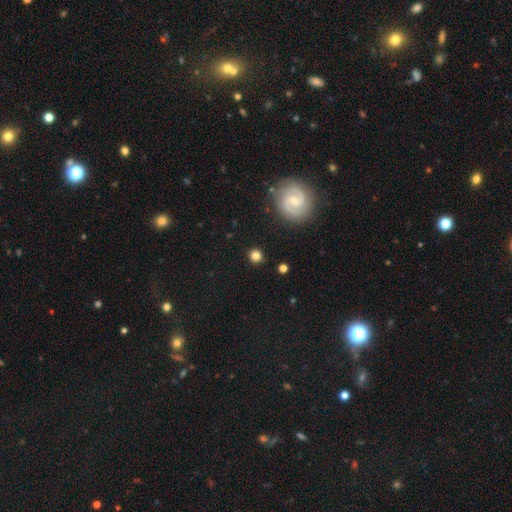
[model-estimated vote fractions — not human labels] smooth 72%, featured or disk 16%, star or artifact 13%. Down the decision tree: how rounded — round (88%); merging — none (88%).